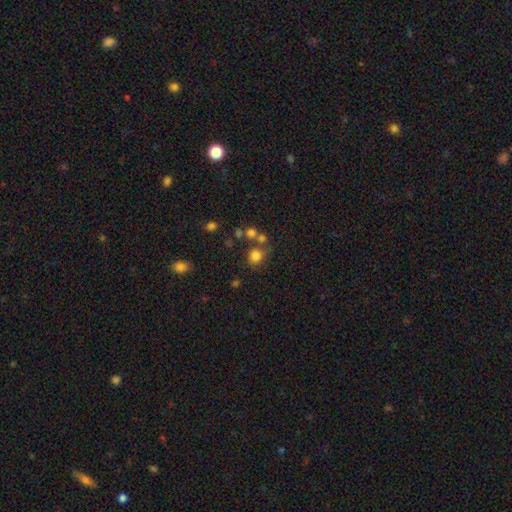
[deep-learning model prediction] A smooth galaxy with no disk features (77%) that is round (85%). Merging: none (64%).